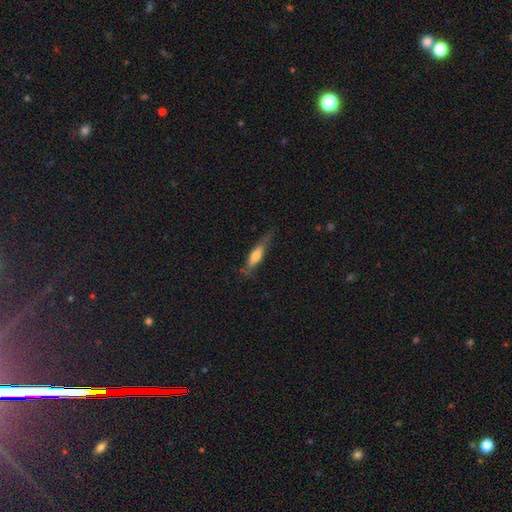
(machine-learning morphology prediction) smooth-or-featured: smooth: 55% | featured or disk: 38% | star or artifact: 6%
  how-rounded: cigar-shaped: 69% | in between: 29% | round: 2%
  merging: none: 67% | minor disturbance: 24% | major disturbance: 7% | merger: 2%